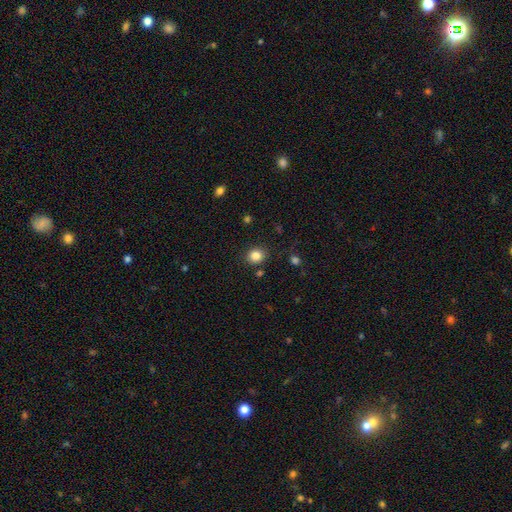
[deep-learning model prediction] This appears to be a smooth galaxy with no disk features (84%) that is round (74%). Merging: none (87%).